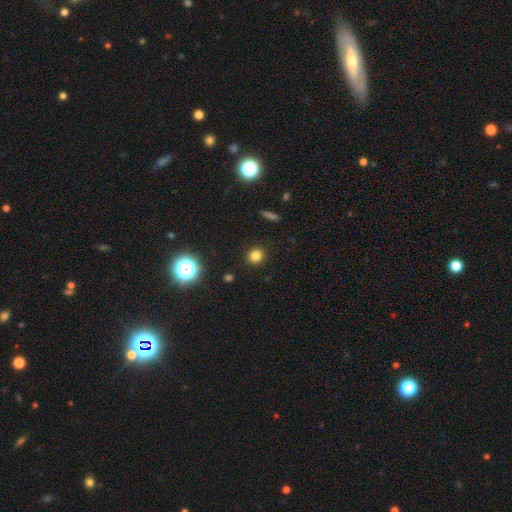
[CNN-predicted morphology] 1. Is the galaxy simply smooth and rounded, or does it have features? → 80% smooth, 15% star or artifact, 5% featured or disk.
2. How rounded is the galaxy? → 88% round, 11% in between, 1% cigar-shaped.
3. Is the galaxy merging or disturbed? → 91% none, 5% minor disturbance, 2% major disturbance, 1% merger.